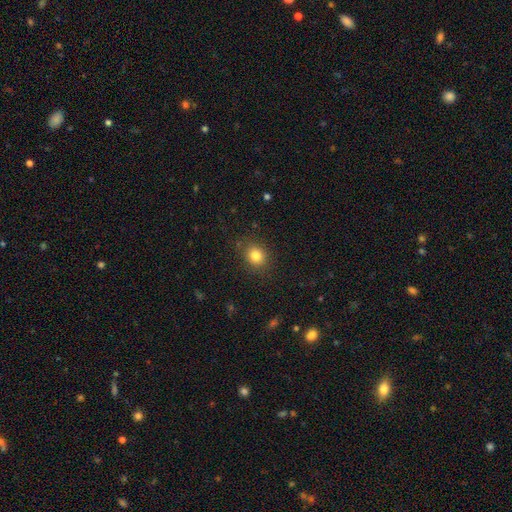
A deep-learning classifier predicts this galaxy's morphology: Smooth or featured: smooth — 82% (star or artifact — 11%)
How rounded: round — 69% (in between — 30%)
Merging: none — 85% (minor disturbance — 10%)